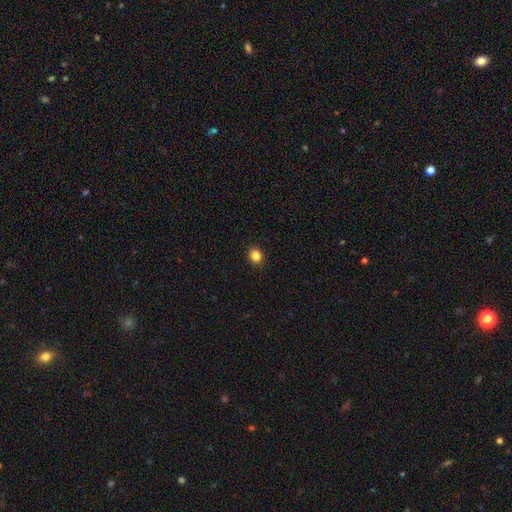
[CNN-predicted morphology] A smooth galaxy with no disk features (85%) that is round (70%). Merging: none (92%).